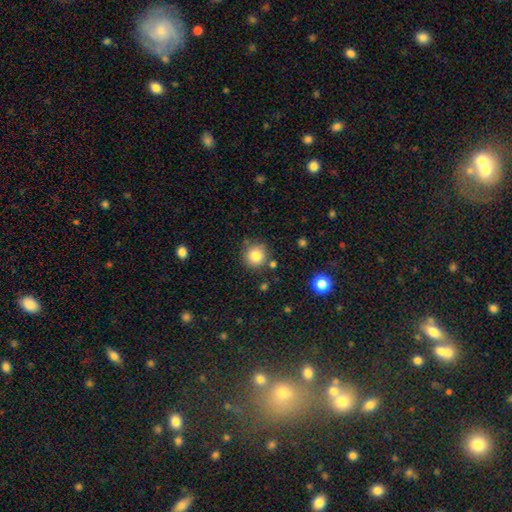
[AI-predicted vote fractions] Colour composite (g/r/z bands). It shows a smooth galaxy with no disk features (82%) that is round (93%). Merging: none (82%).